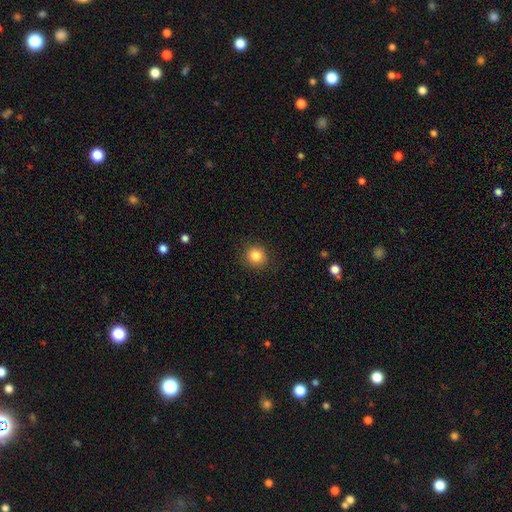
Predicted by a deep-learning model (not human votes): Overall: smooth (85%). How rounded: round (87%). Merging: none (89%).